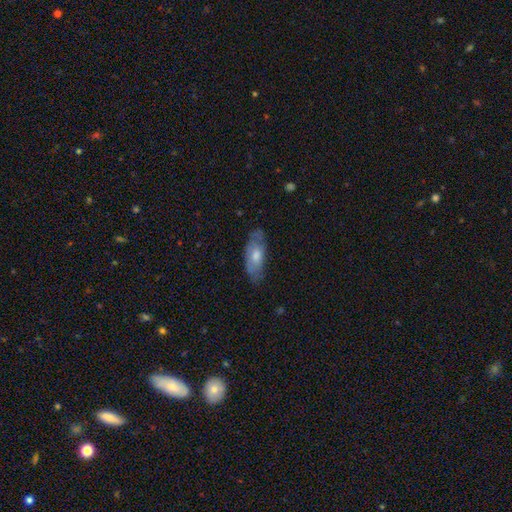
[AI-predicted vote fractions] smooth_or_featured: smooth (p=0.55) [alt: featured or disk p=0.39]
how_rounded: in between (p=0.75) [alt: cigar-shaped p=0.23]
merging: none (p=0.68) [alt: minor disturbance p=0.24]